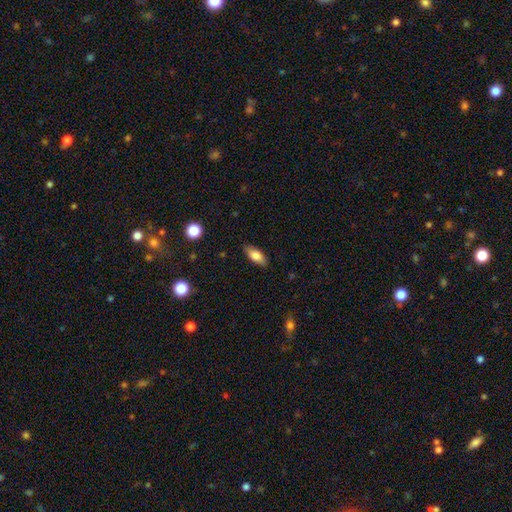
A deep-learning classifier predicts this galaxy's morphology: Smooth or featured? smooth (80%)
How rounded? in between (83%)
Merging? none (85%)